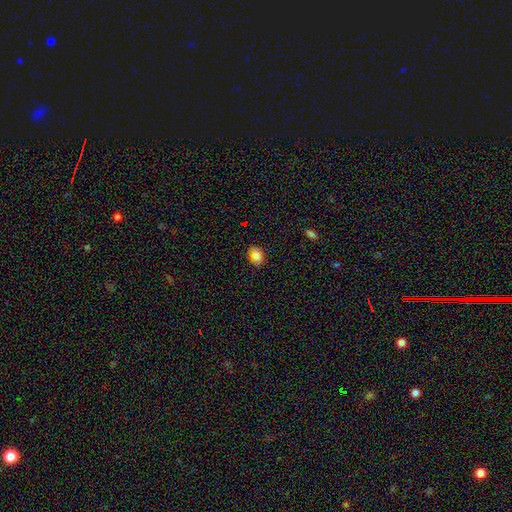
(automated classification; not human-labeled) A smooth galaxy with no disk features (79%) that is in between round and cigar-shaped (59%). Merging: none (84%).